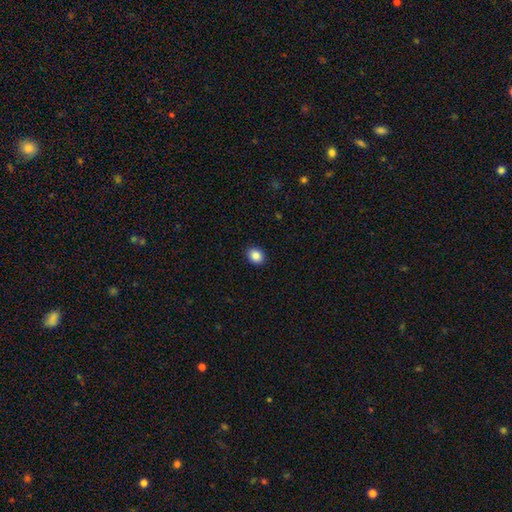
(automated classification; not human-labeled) This appears to be a smooth galaxy with no disk features (88%) that is round (51%). Merging: none (91%).